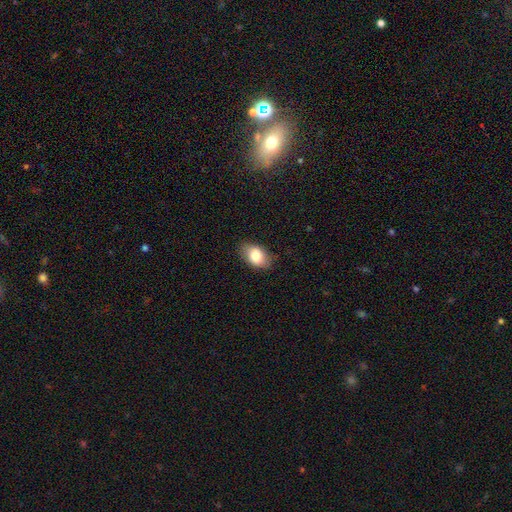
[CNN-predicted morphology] smooth_or_featured: smooth (p=0.82) [alt: featured or disk p=0.11]
how_rounded: in between (p=0.88) [alt: round p=0.11]
merging: none (p=0.80) [alt: minor disturbance p=0.15]